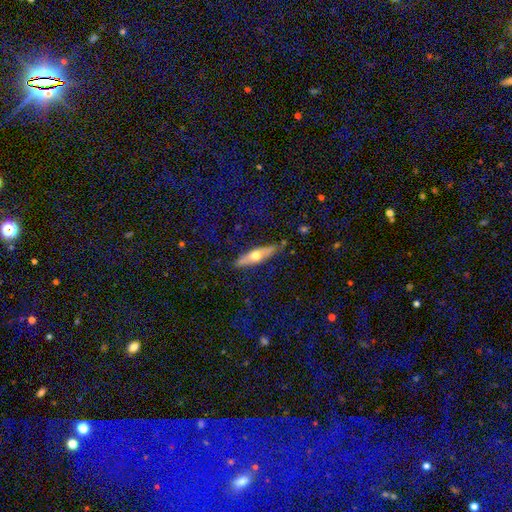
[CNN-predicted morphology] Overall: featured or disk (48%; smooth 46%). Merging: none (82%).